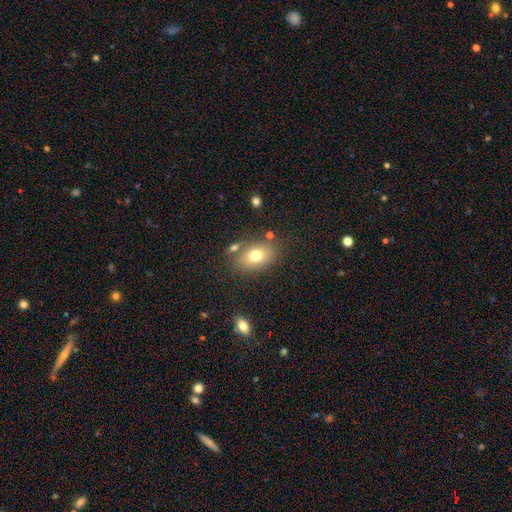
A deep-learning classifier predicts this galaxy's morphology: Q: Smooth or featured?
A: smooth (75%); runner-up: featured or disk (15%)
Q: How rounded?
A: in between (79%); runner-up: round (19%)
Q: Merging?
A: none (73%); runner-up: minor disturbance (14%)